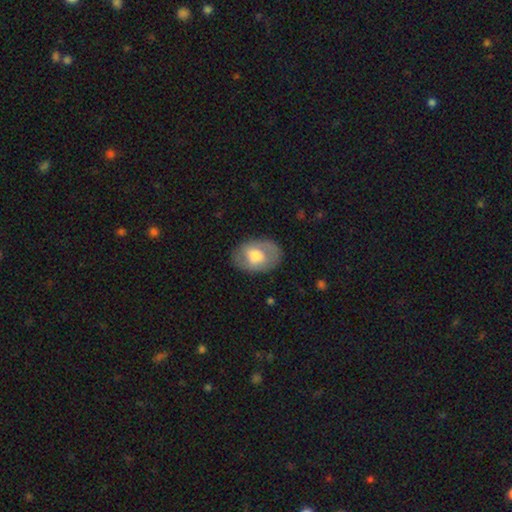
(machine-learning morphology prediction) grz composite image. It shows a smooth galaxy with no disk features (54%) that is in between round and cigar-shaped (81%). Merging: none (79%).